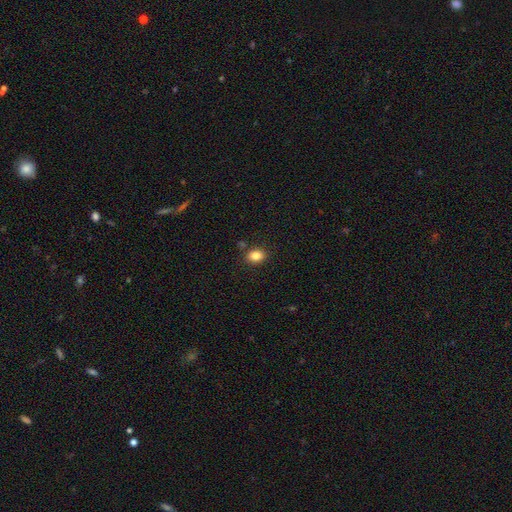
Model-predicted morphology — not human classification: Smooth or featured? smooth (84%)
How rounded? in between (63%)
Merging? none (83%)